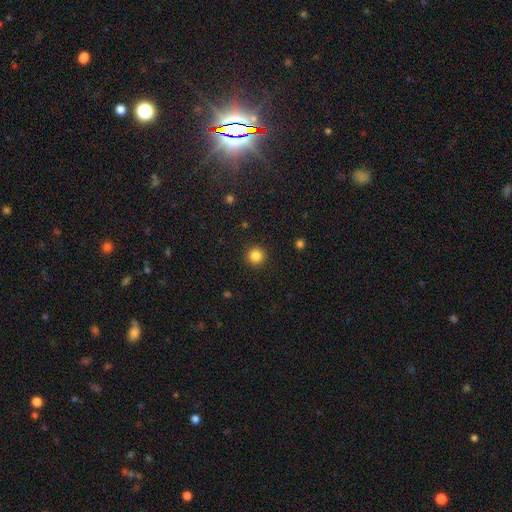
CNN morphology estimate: smooth 84%, star or artifact 12%, featured or disk 4%. Down the decision tree: how rounded — round (95%); merging — none (92%).